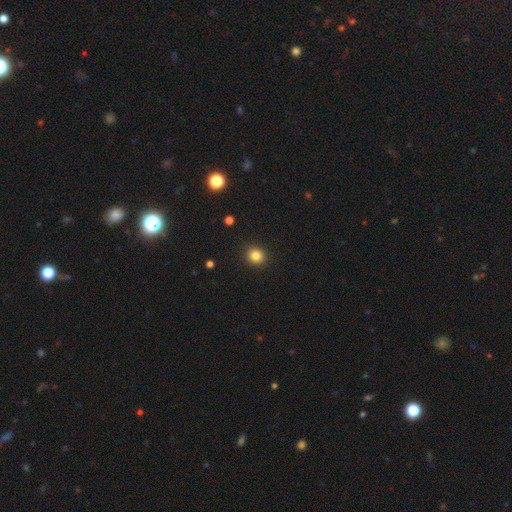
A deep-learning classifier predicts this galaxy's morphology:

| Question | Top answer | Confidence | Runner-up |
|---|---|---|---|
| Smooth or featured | smooth | 84% | star or artifact (12%) |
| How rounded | round | 86% | in between (13%) |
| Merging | none | 91% | minor disturbance (6%) |